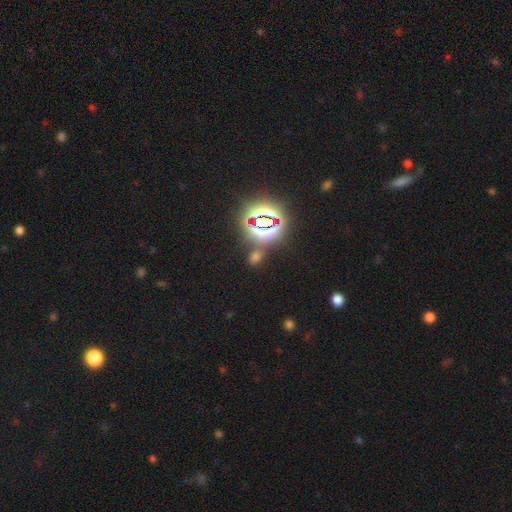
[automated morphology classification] Overall: star or artifact (55%; smooth 38%).